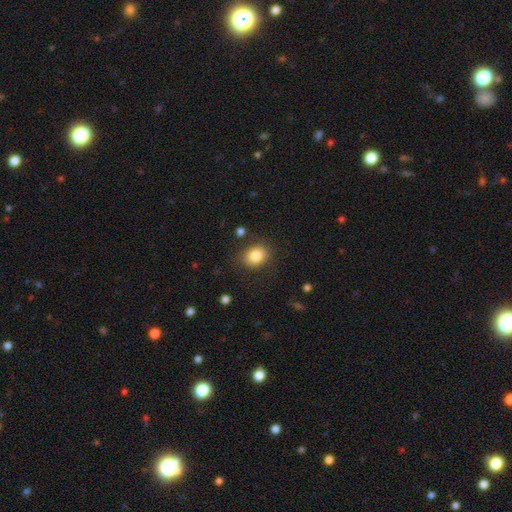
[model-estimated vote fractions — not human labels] Smooth or featured: smooth — 83% (star or artifact — 9%)
How rounded: round — 52% (in between — 48%)
Merging: none — 83% (minor disturbance — 11%)